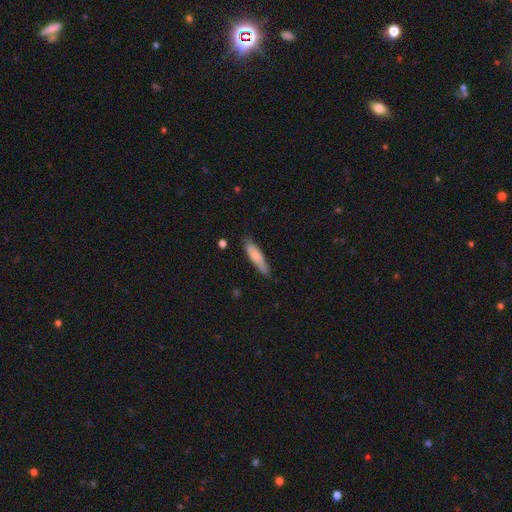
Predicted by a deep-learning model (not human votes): Smooth or featured?
  - smooth: 72% *
  - featured or disk: 22%
  - star or artifact: 6%
How rounded?
  - cigar-shaped: 70% *
  - in between: 28%
  - round: 2%
Merging?
  - none: 78% *
  - minor disturbance: 18%
  - major disturbance: 3%
  - merger: 2%